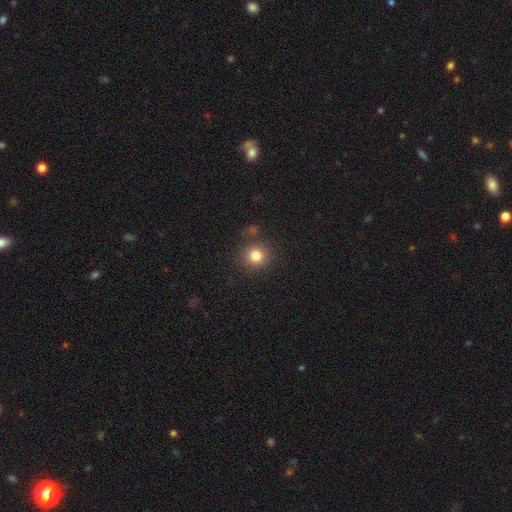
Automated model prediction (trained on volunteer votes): Smooth or featured: smooth — 82% (star or artifact — 12%)
How rounded: round — 91% (in between — 8%)
Merging: none — 82% (minor disturbance — 9%)